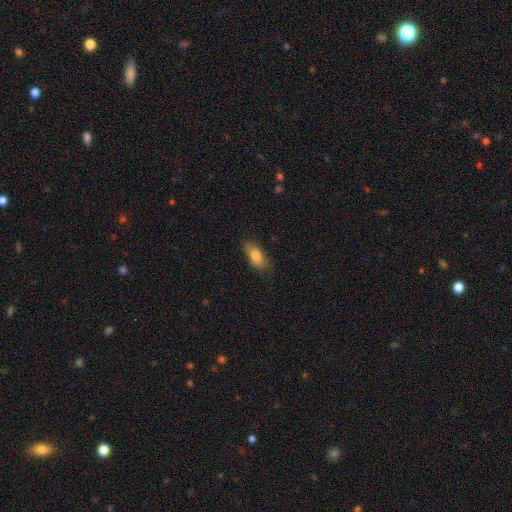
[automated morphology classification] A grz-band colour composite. It shows a smooth galaxy with no disk features (82%) that is in between round and cigar-shaped (84%). Merging: none (74%).